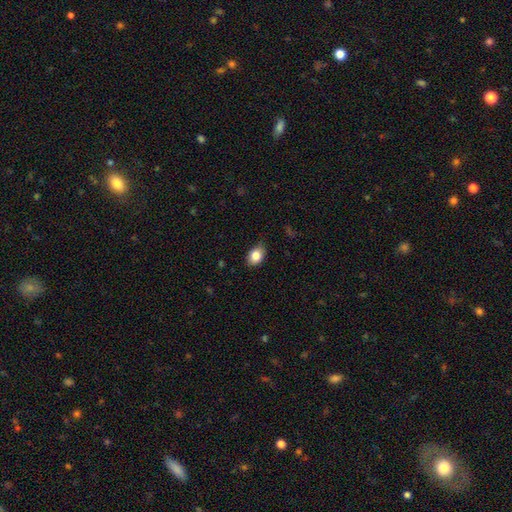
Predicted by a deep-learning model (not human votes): Smooth or featured?
  - smooth: 84% *
  - star or artifact: 8%
  - featured or disk: 8%
How rounded?
  - in between: 76% *
  - round: 23%
  - cigar-shaped: 1%
Merging?
  - none: 77% *
  - minor disturbance: 19%
  - major disturbance: 3%
  - merger: 1%